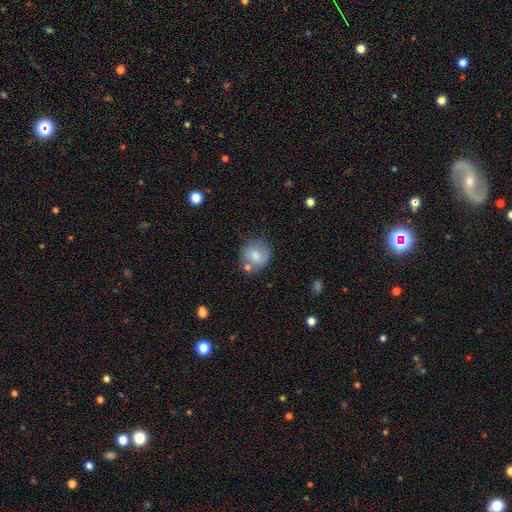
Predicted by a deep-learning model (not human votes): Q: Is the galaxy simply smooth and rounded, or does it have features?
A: smooth — 75%.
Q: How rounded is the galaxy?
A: round — 83%.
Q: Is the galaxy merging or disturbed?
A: none — 61%.